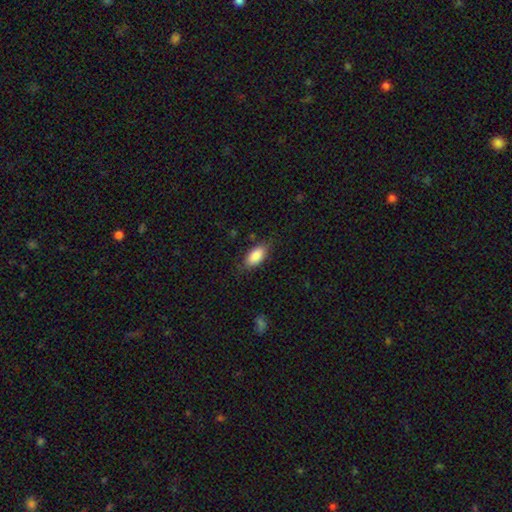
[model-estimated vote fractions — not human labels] The model was most divided on "merging": none: 78%, minor disturbance: 17%, major disturbance: 4%, merger: 1%. More confident: how rounded — in between (90%); smooth or featured — smooth (87%).